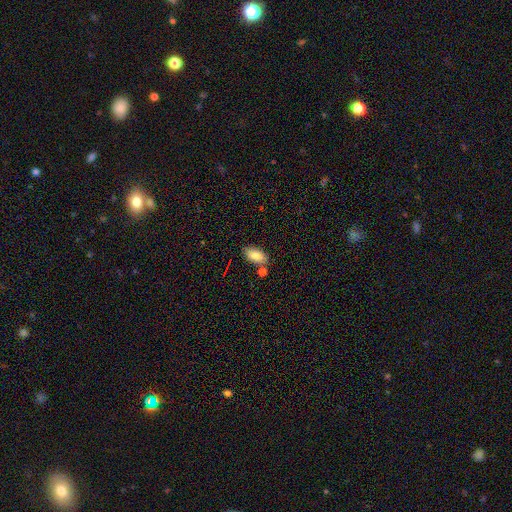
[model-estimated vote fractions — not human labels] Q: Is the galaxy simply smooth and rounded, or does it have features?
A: smooth — 82%.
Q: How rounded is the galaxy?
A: in between — 92%.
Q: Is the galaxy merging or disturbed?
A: none — 77%.